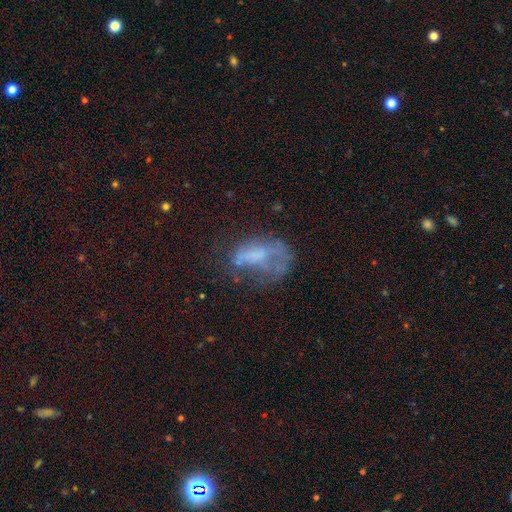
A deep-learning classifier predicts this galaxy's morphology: type=featured or disk (44%); merging=major disturbance (41%).